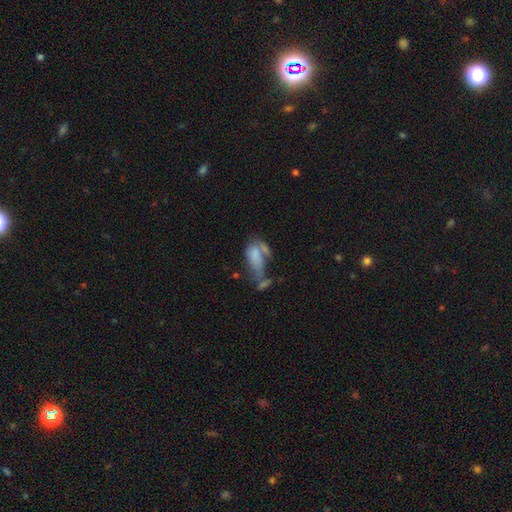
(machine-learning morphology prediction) smooth_or_featured: smooth (p=0.69) [alt: featured or disk p=0.22]
how_rounded: in between (p=0.88) [alt: cigar-shaped p=0.07]
merging: merger (p=0.41) [alt: major disturbance p=0.24]